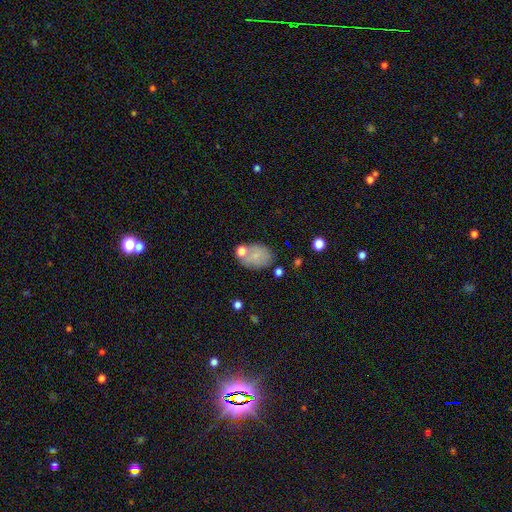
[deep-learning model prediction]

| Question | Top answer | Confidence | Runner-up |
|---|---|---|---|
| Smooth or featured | smooth | 73% | featured or disk (17%) |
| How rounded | in between | 73% | round (25%) |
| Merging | none | 62% | minor disturbance (19%) |